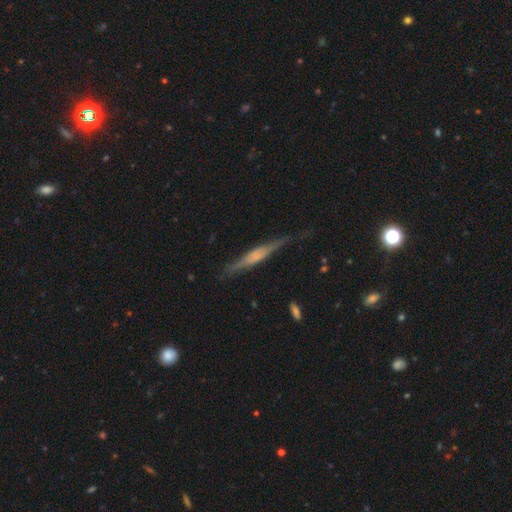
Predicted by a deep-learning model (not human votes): Overall: featured or disk (66%; smooth 27%). Edge-on disk: yes (96%). Edge-on bulge: boxy (41%; rounded 37%). Merging: none (76%).